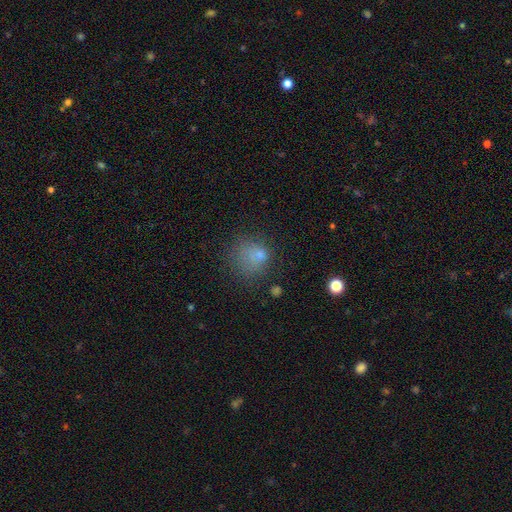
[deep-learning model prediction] The model was most divided on "merging": none: 49%, minor disturbance: 22%, major disturbance: 21%, merger: 8%. More confident: how rounded — round (75%); smooth or featured — smooth (68%).